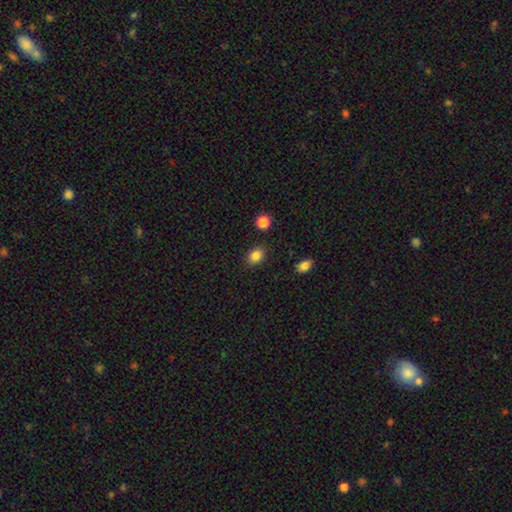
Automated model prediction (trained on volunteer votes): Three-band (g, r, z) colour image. It shows a smooth galaxy with no disk features (85%) that is in between round and cigar-shaped (59%). Merging: none (84%).